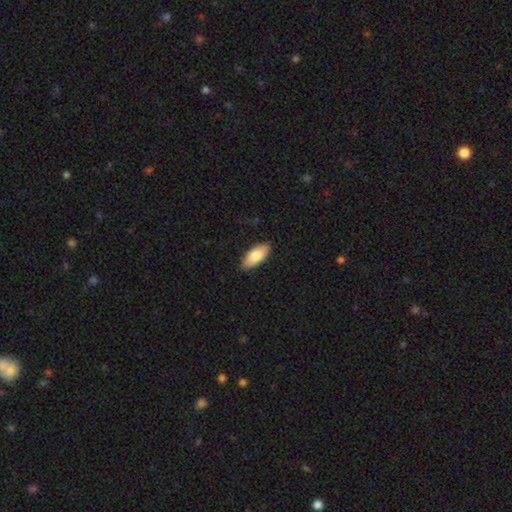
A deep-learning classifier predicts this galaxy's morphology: Smooth or featured? smooth (80%)
How rounded? in between (87%)
Merging? none (85%)